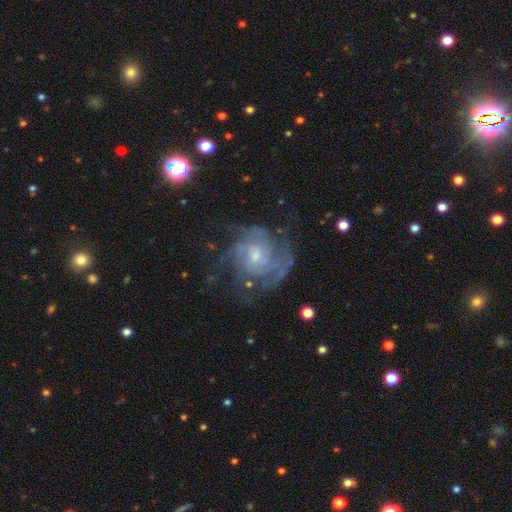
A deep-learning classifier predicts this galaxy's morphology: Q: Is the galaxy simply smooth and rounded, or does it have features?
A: featured or disk — 80%.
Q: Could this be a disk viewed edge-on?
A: no — 98%.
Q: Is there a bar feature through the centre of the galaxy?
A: no — 65%.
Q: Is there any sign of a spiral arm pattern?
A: yes — 90%.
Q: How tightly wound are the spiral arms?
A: tight — 51%.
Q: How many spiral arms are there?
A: can't tell — 39%.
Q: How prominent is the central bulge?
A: small — 53%.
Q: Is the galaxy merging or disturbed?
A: none — 62%.